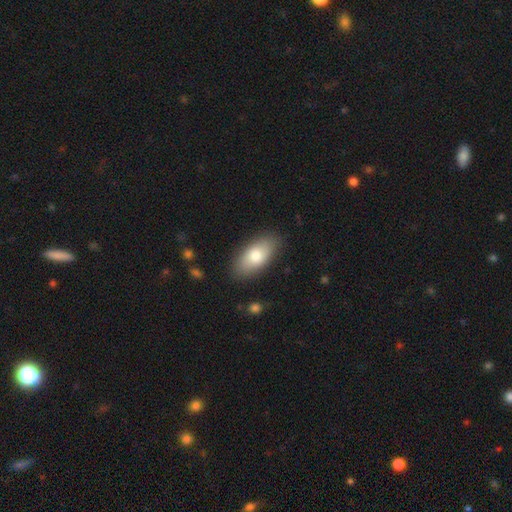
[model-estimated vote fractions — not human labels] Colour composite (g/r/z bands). It shows a smooth galaxy with no disk features (75%) that is in between round and cigar-shaped (90%). Merging: none (86%).